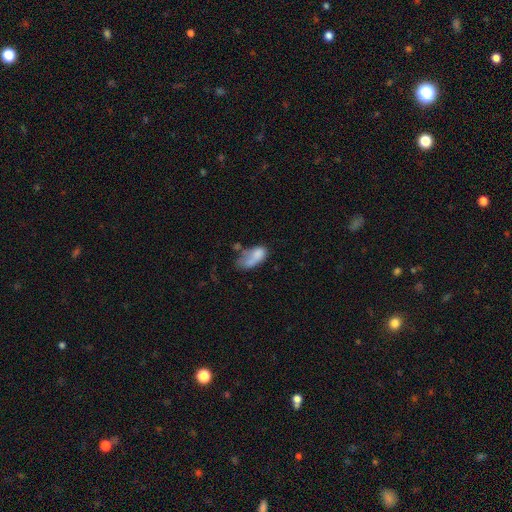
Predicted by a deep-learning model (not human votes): Smooth or featured?
  - smooth: 67% *
  - featured or disk: 23%
  - star or artifact: 10%
How rounded?
  - in between: 87% *
  - cigar-shaped: 7%
  - round: 6%
Merging?
  - major disturbance: 32% *
  - merger: 25%
  - none: 22%
  - minor disturbance: 21%